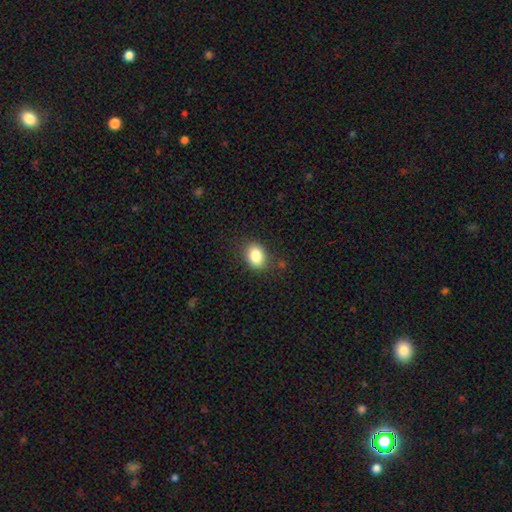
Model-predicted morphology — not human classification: This is clearly a smooth galaxy (84%). How rounded: likely in between (63%). Merging: clearly none (81%).